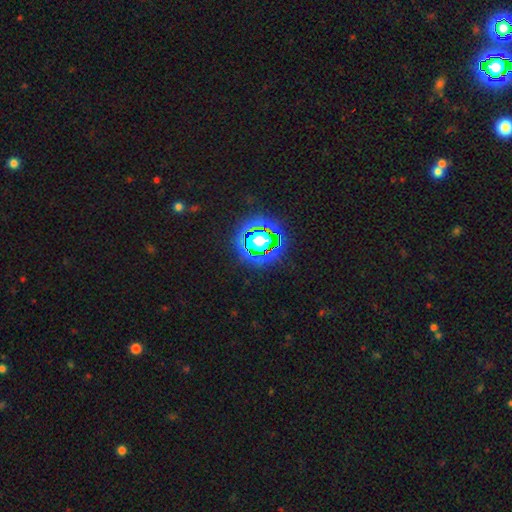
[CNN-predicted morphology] Smooth or featured? star or artifact (84%)